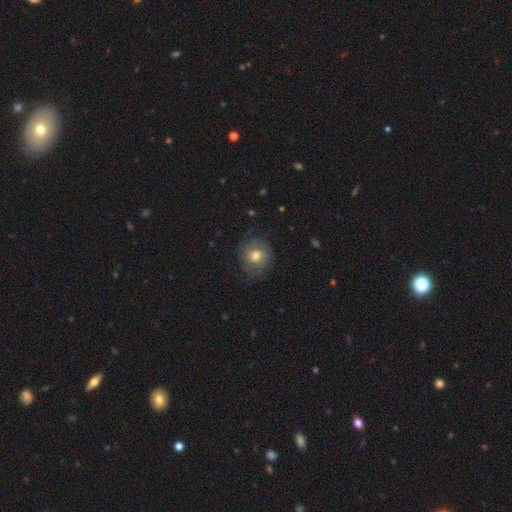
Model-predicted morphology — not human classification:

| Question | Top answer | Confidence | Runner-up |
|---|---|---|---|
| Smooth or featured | featured or disk | 53% | smooth (38%) |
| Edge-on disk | no | 97% | yes (3%) |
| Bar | no | 64% | weak (30%) |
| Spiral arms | yes | 83% | no (17%) |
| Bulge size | moderate | 70% | small (14%) |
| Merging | none | 72% | minor disturbance (18%) |